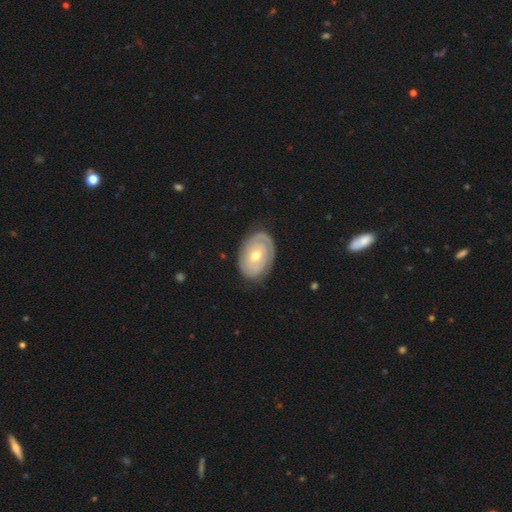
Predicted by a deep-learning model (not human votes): Overall: featured or disk (71%). Edge-on disk: no (95%). Bar: no (77%). Spiral arms: yes (74%). Bulge size: moderate (68%). Merging: none (79%).